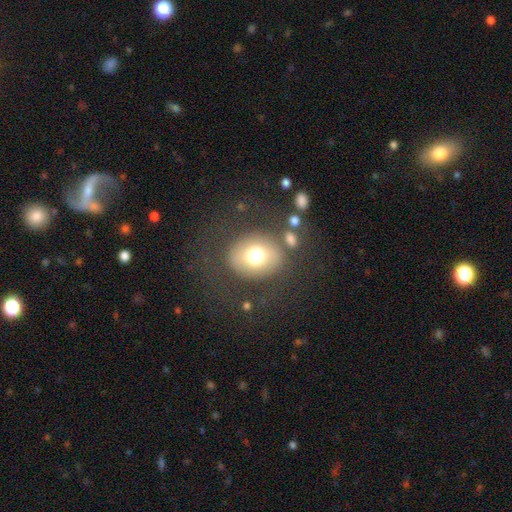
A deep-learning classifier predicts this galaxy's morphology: Smooth or featured? smooth (70%)
How rounded? round (64%)
Merging? none (74%)